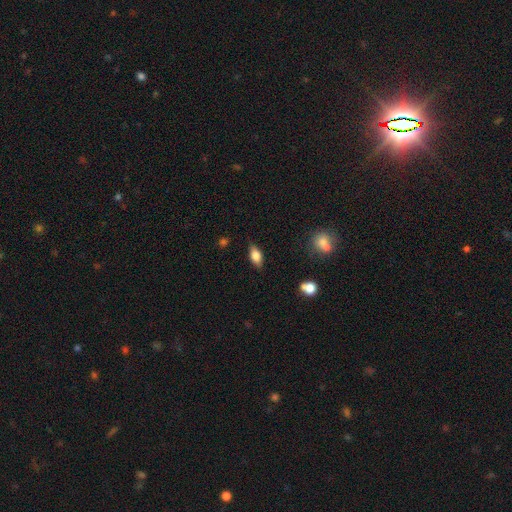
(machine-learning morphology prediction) Overall: smooth (68%). How rounded: in between (82%). Merging: none (82%).